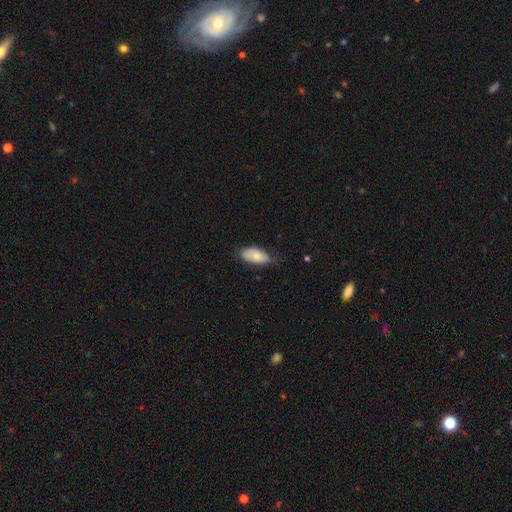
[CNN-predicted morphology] smooth 75%, featured or disk 18%, star or artifact 6%. Down the decision tree: how rounded — in between (93%); merging — none (64%).